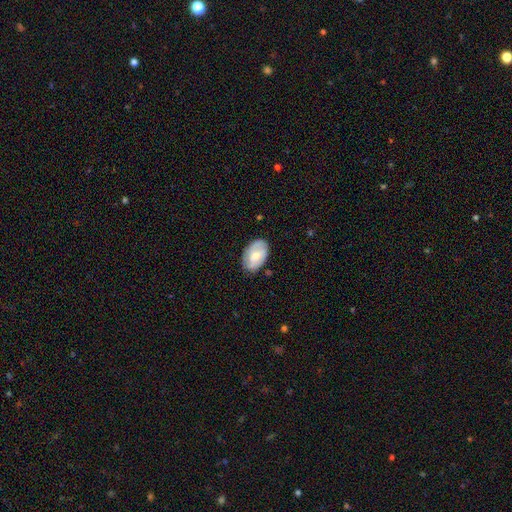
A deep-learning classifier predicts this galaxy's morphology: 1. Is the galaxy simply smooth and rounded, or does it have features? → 55% smooth, 39% featured or disk, 6% star or artifact.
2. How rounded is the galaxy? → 89% in between, 10% round, 1% cigar-shaped.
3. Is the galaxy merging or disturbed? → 77% none, 18% minor disturbance, 4% major disturbance, 1% merger.